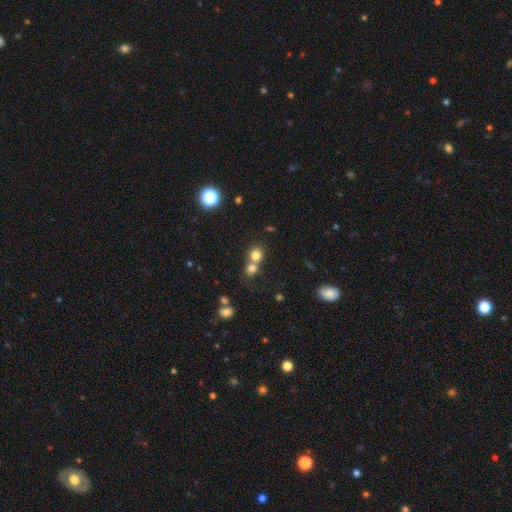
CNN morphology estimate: smooth-or-featured: smooth: 77% | star or artifact: 14% | featured or disk: 9%
  how-rounded: round: 84% | in between: 15% | cigar-shaped: 1%
  merging: merger: 51% | none: 41% | minor disturbance: 5% | major disturbance: 3%